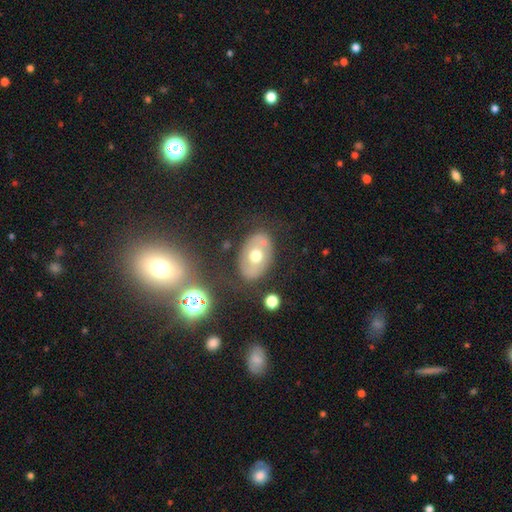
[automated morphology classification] Smooth or featured: smooth — 50% (featured or disk — 41%)
Merging: none — 73% (minor disturbance — 15%)